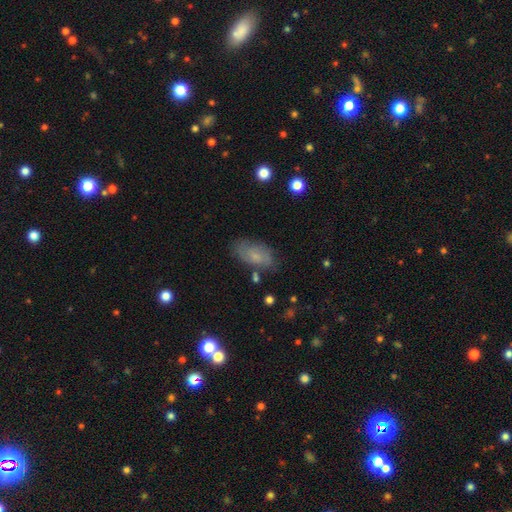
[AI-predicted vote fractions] A smooth galaxy with no disk features (64%) that is in between round and cigar-shaped (91%). Merging: none (73%).